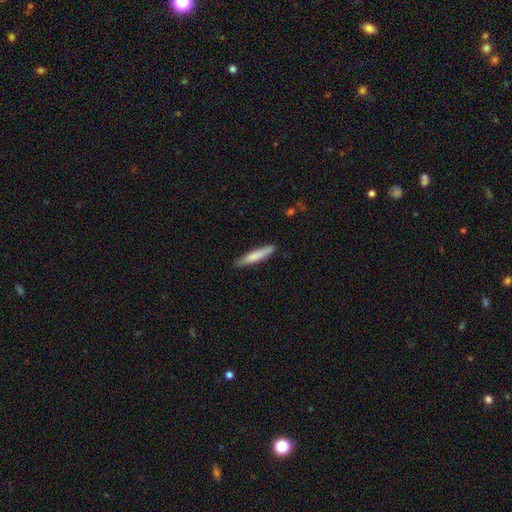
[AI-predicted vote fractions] Smooth or featured? Predicted: smooth (p=0.75). How rounded? Predicted: cigar-shaped (p=0.91). Merging? Predicted: none (p=0.86).